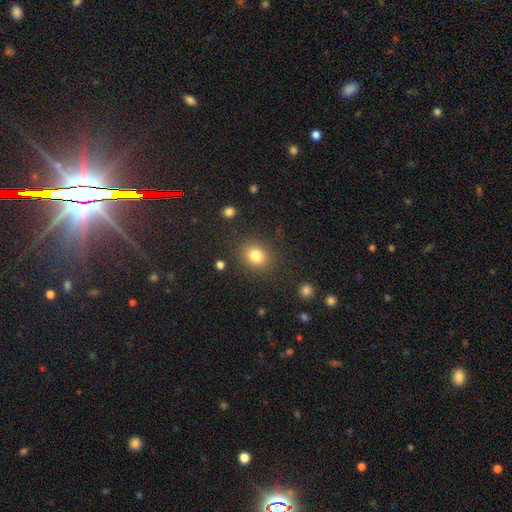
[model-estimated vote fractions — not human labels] This is clearly a smooth galaxy (81%). How rounded: possibly round (57%). Merging: clearly none (84%).